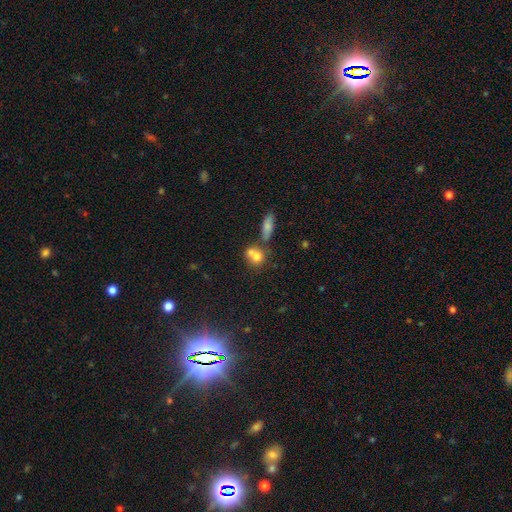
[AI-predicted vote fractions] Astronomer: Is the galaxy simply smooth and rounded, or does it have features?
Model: smooth — 74%.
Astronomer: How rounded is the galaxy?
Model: round — 63%.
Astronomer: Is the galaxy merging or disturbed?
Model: merger — 51% (runner-up: none, 34%).